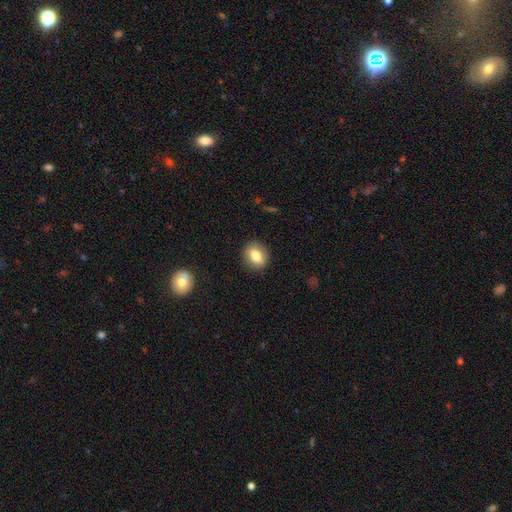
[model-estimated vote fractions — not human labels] Smooth or featured: smooth — 79% (featured or disk — 13%)
How rounded: round — 52% (in between — 47%)
Merging: none — 88% (minor disturbance — 8%)